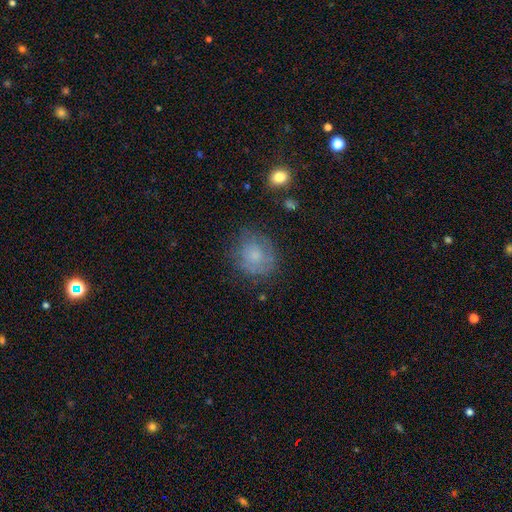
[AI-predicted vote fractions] smooth-or-featured: smooth: 63% | featured or disk: 26% | star or artifact: 11%
  how-rounded: round: 72% | in between: 27% | cigar-shaped: 1%
  merging: none: 67% | minor disturbance: 22% | major disturbance: 9% | merger: 2%